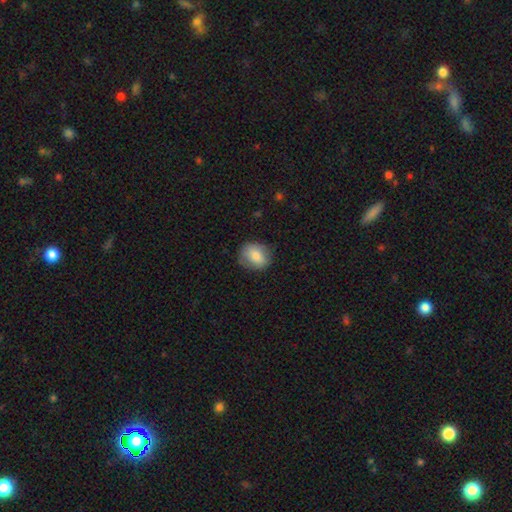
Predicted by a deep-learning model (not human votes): This is likely a smooth galaxy (77%). How rounded: possibly round (59%). Merging: likely none (76%).